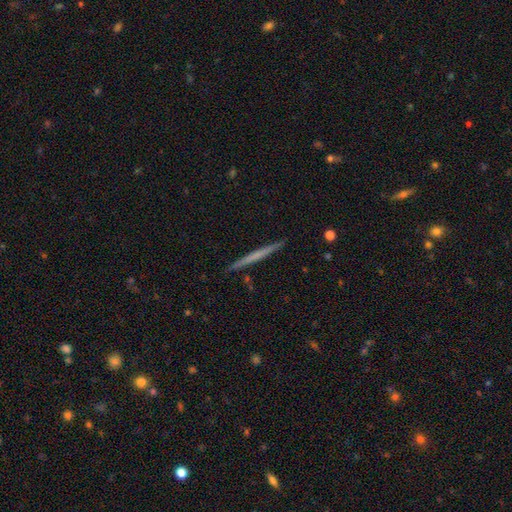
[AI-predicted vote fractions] This is possibly a smooth galaxy (48%). Merging: clearly none (92%).